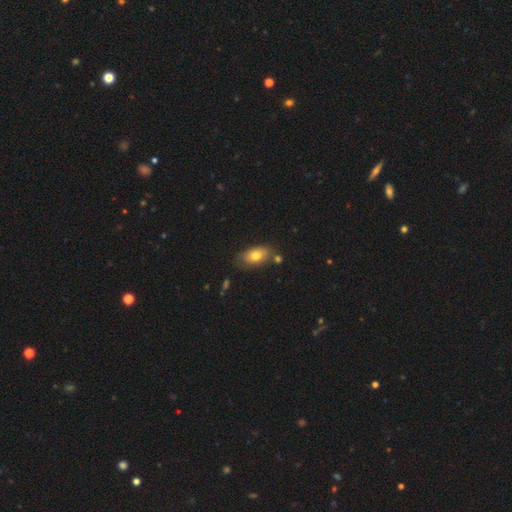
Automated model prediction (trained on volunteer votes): The model was most divided on "merging": none: 71%, minor disturbance: 18%, merger: 7%, major disturbance: 4%. More confident: how rounded — in between (89%); smooth or featured — smooth (76%).